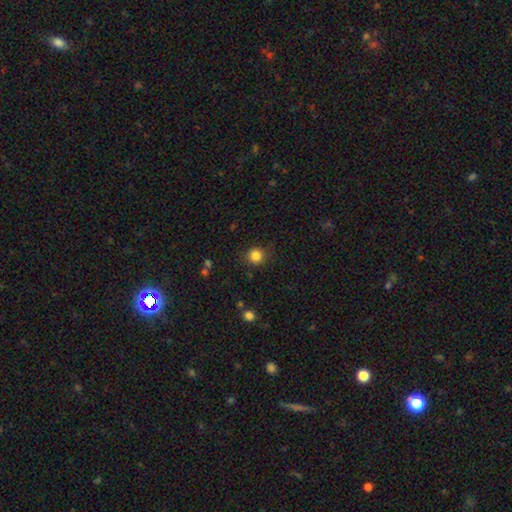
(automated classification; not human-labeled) The model was most divided on "smooth or featured": smooth: 84%, star or artifact: 12%, featured or disk: 4%. More confident: how rounded — round (92%); merging — none (87%).